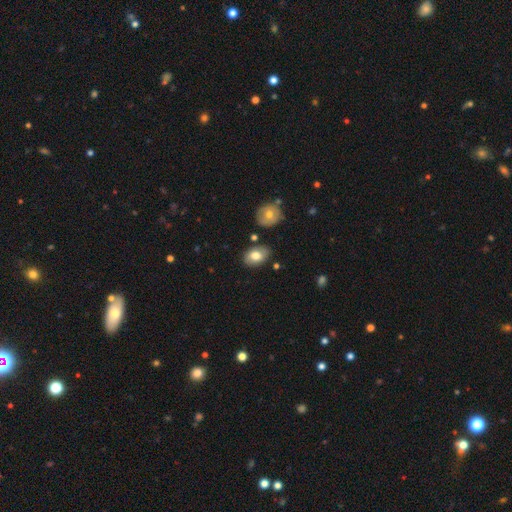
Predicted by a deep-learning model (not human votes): Morphology: type=smooth (75%); roundness=in between (85%); merging=none (80%).